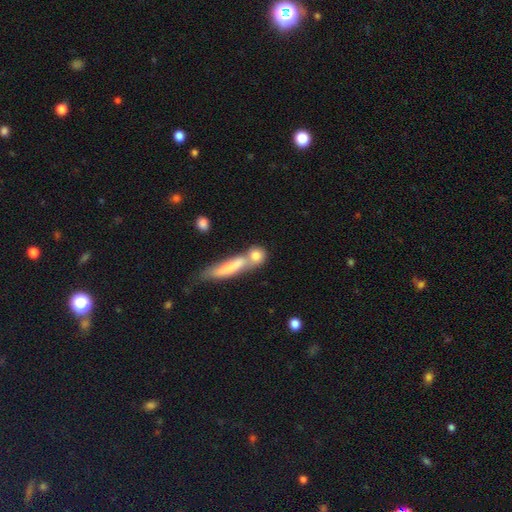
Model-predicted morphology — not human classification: smooth_or_featured: smooth (p=0.79) [alt: featured or disk p=0.13]
how_rounded: round (p=0.52) [alt: in between p=0.24]
merging: merger (p=0.43) [tied with: none p=0.43]